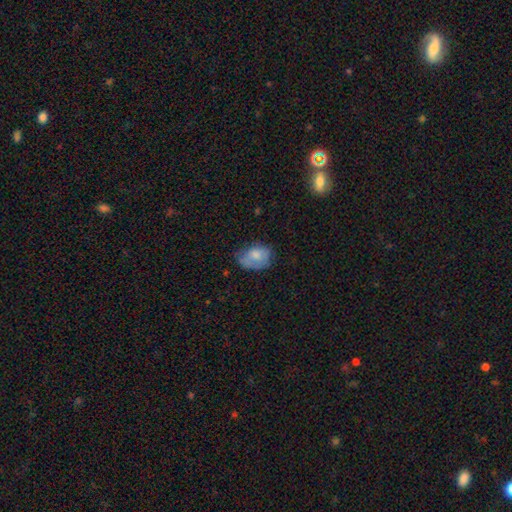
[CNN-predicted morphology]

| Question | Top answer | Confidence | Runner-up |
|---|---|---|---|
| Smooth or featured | smooth | 72% | featured or disk (21%) |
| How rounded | in between | 77% | round (22%) |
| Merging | none | 46% | minor disturbance (36%) |